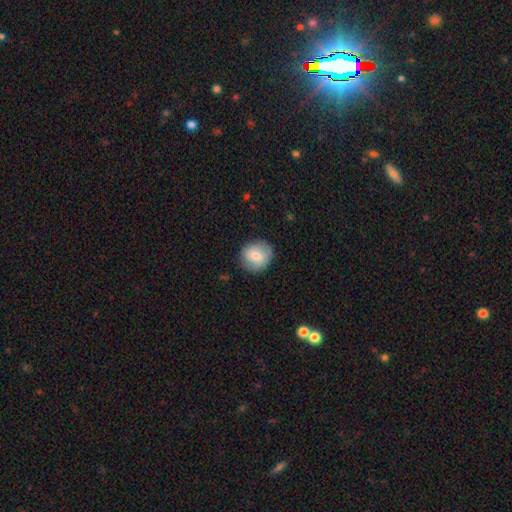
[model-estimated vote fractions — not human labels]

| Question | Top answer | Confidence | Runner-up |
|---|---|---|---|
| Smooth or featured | smooth | 70% | featured or disk (23%) |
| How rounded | round | 86% | in between (13%) |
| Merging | none | 83% | minor disturbance (13%) |